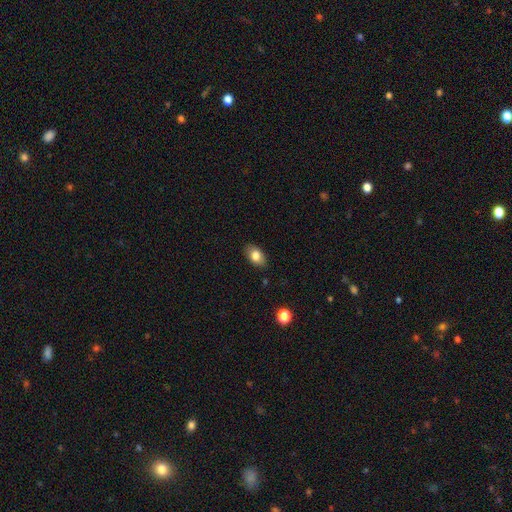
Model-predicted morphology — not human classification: Smooth or featured: smooth — 81% (featured or disk — 11%)
How rounded: in between — 89% (round — 10%)
Merging: none — 85% (minor disturbance — 11%)